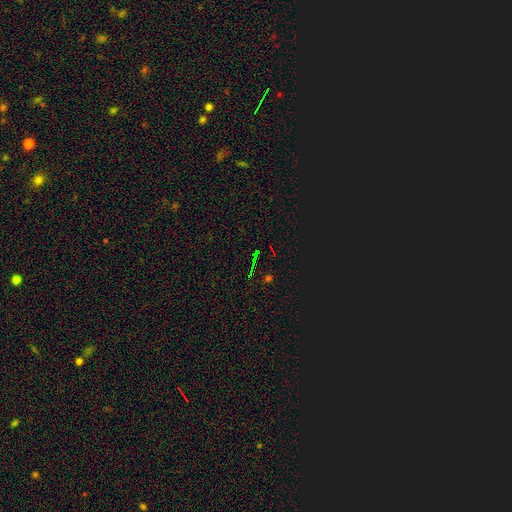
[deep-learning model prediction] The model was most divided on "smooth or featured": star or artifact: 78%, smooth: 12%, featured or disk: 10%.